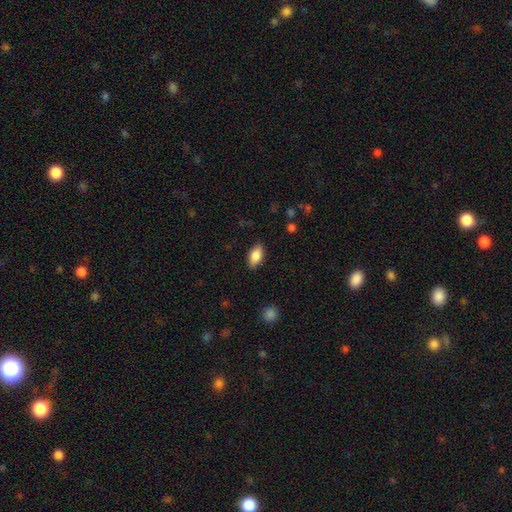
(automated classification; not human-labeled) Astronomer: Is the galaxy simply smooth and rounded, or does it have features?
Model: smooth — 83%.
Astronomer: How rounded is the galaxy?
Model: in between — 89%.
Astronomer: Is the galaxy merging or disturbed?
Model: none — 86%.